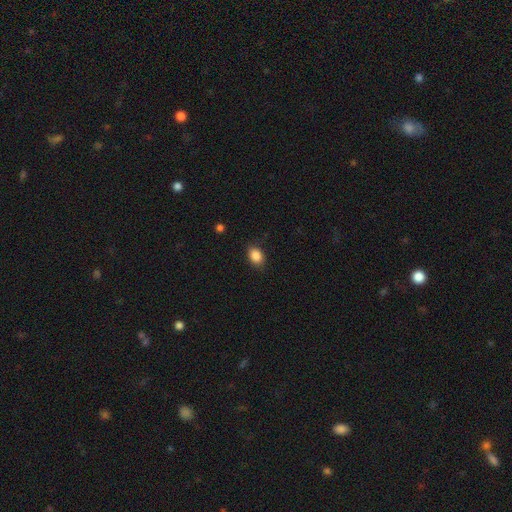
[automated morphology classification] This is clearly a smooth galaxy (87%). How rounded: likely in between (72%). Merging: clearly none (85%).